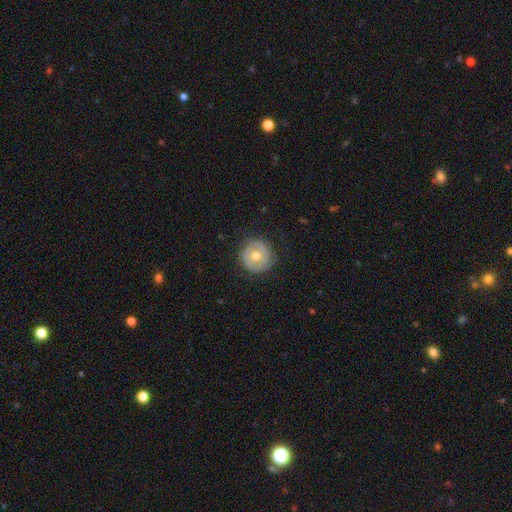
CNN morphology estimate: Smooth or featured? Predicted: smooth (p=0.49). Merging? Predicted: none (p=0.83).